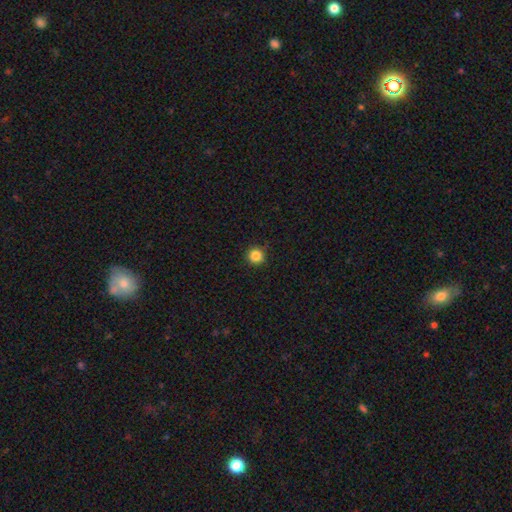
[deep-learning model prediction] This appears to be a smooth galaxy with no disk features (85%) that is round (95%). Merging: none (88%).